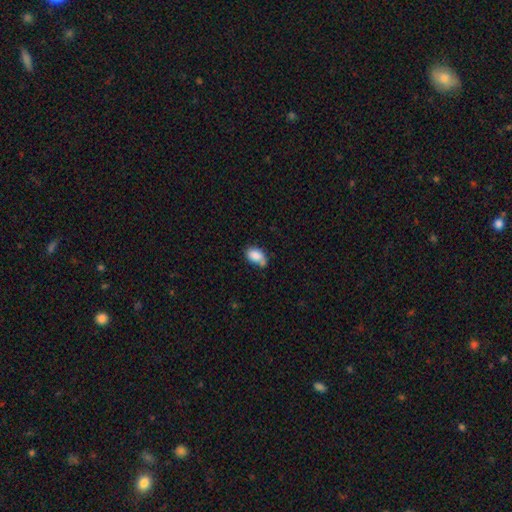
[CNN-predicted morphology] A smooth galaxy with no disk features (84%) that is in between round and cigar-shaped (85%). Merging: none (48%).